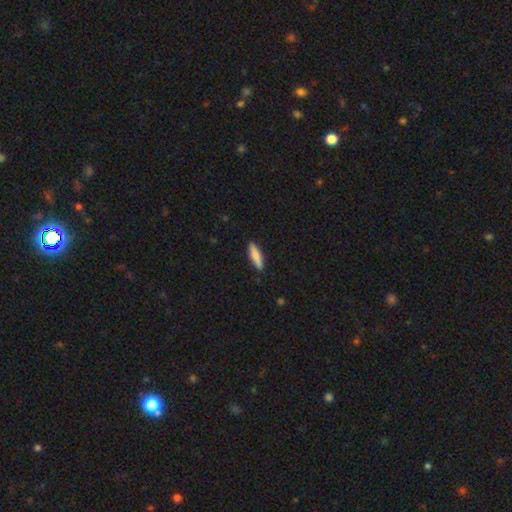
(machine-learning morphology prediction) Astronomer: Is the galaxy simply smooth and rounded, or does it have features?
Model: smooth — 80%.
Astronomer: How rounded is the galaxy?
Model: cigar-shaped — 74%.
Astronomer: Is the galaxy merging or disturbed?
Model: none — 89%.